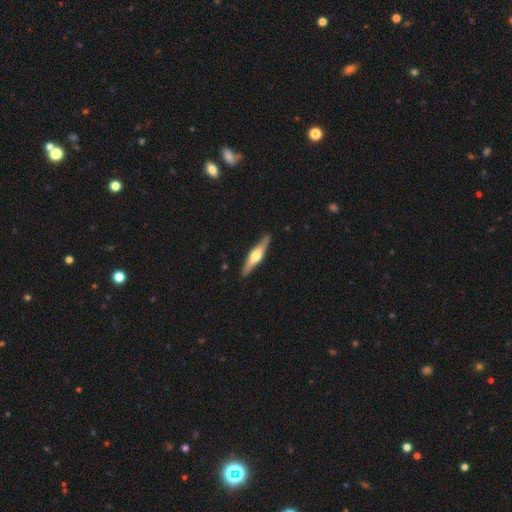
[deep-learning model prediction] smooth-or-featured: featured or disk: 64% | smooth: 31% | star or artifact: 5%
  disk-edge-on: yes: 96% | no: 4%
    edge-on-bulge: rounded: 91% | boxy: 6% | none: 3%
  merging: none: 89% | minor disturbance: 8% | major disturbance: 2% | merger: 1%